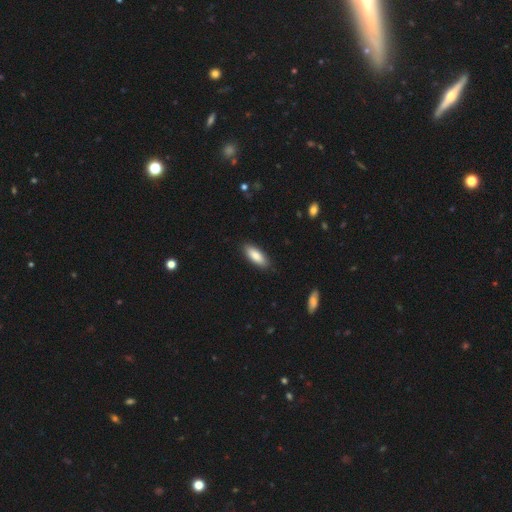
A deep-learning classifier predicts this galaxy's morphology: This is clearly a smooth galaxy (85%). How rounded: likely in between (70%). Merging: clearly none (88%).